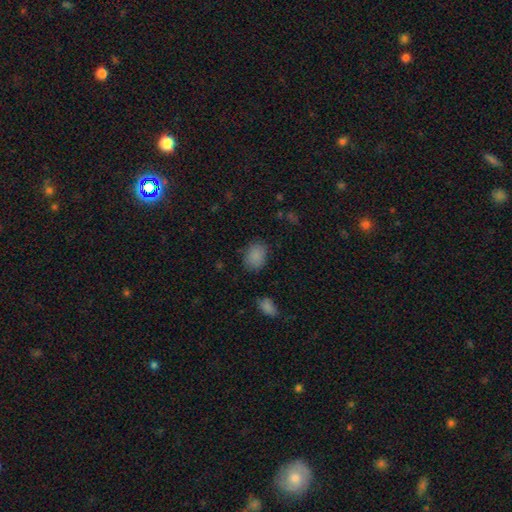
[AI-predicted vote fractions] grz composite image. It shows a smooth galaxy with no disk features (86%) that is in between round and cigar-shaped (64%). Merging: none (81%).